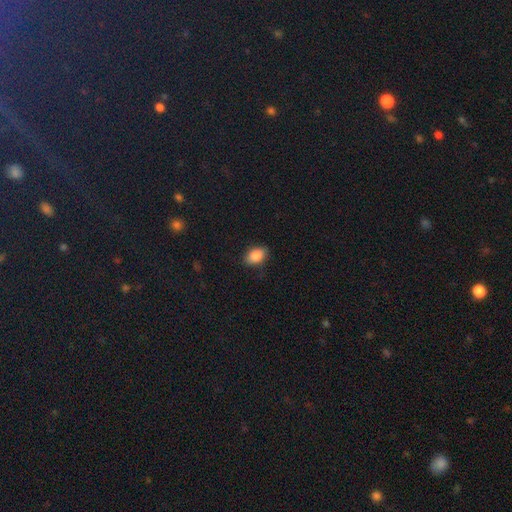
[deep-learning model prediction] This appears to be a smooth galaxy with no disk features (86%) that is in between round and cigar-shaped (84%). Merging: none (84%).